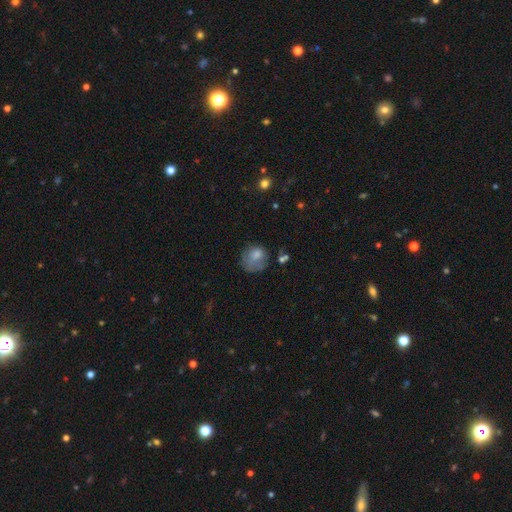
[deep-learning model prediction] Morphology: type=smooth (71%); roundness=round (71%); merging=none (43%).